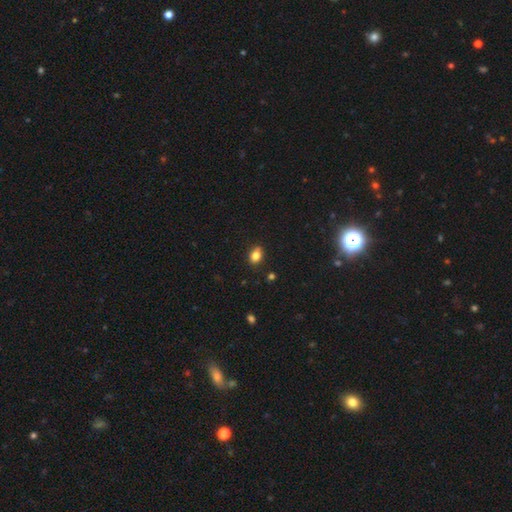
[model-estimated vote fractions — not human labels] Smooth or featured? smooth (82%)
How rounded? in between (71%)
Merging? none (82%)